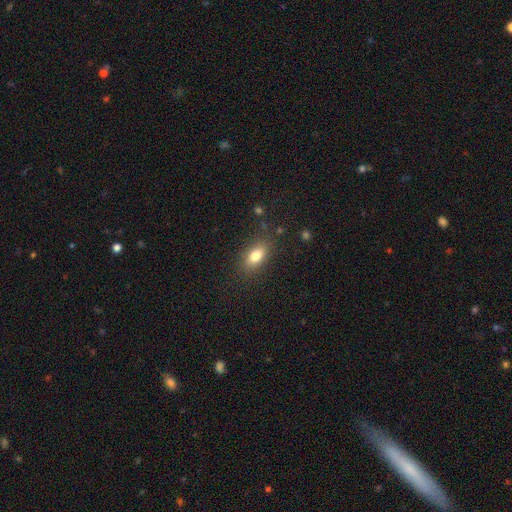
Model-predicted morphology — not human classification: Smooth or featured? Predicted: smooth (p=0.80). How rounded? Predicted: in between (p=0.84). Merging? Predicted: none (p=0.83).